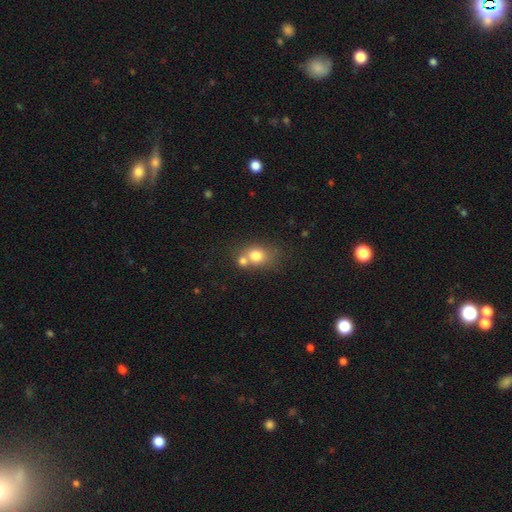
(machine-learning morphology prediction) Smooth or featured? Predicted: smooth (p=0.76). How rounded? Predicted: round (p=0.56). Merging? Predicted: merger (p=0.46).